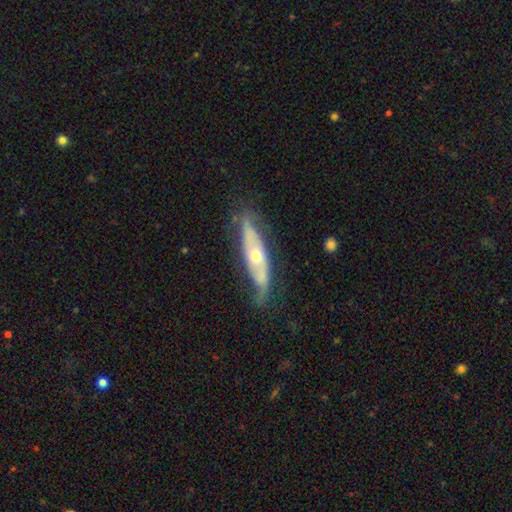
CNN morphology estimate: Smooth or featured? featured or disk (69%)
Edge-on disk? no (61%)
Merging? none (62%)